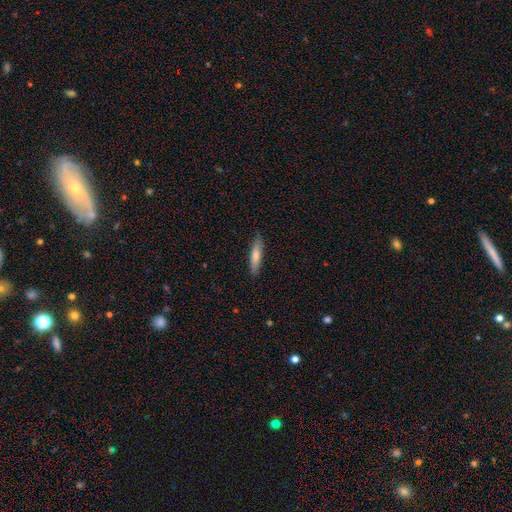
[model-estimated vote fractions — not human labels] Smooth or featured?
  - smooth: 72% *
  - featured or disk: 23%
  - star or artifact: 5%
How rounded?
  - cigar-shaped: 81% *
  - in between: 18%
  - round: 1%
Merging?
  - none: 87% *
  - minor disturbance: 10%
  - major disturbance: 2%
  - merger: 1%